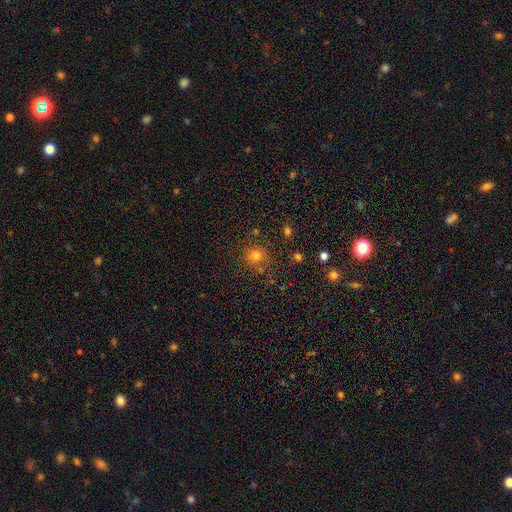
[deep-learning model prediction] The model was most divided on "smooth or featured": smooth: 76%, star or artifact: 17%, featured or disk: 7%. More confident: how rounded — round (90%); merging — none (79%).